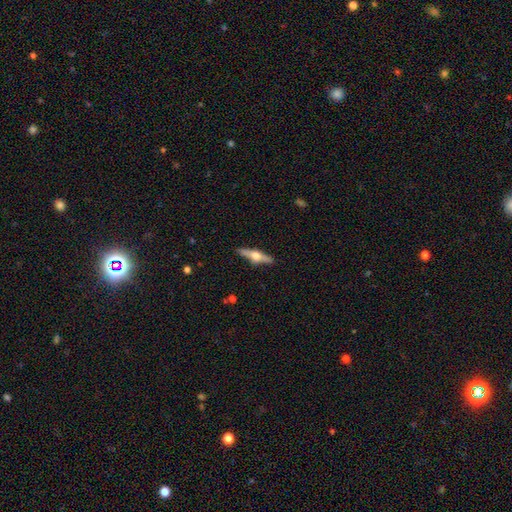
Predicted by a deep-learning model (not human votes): Overall: featured or disk (69%). Edge-on disk: yes (96%). Edge-on bulge: rounded (95%). Merging: none (89%).